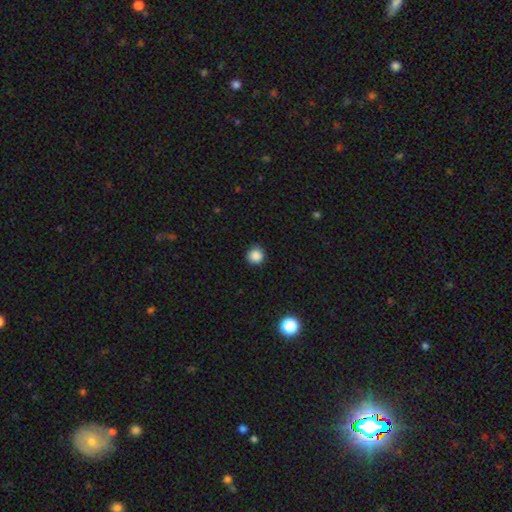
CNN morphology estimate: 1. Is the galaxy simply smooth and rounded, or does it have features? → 86% smooth, 11% star or artifact, 3% featured or disk.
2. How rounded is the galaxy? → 94% round, 5% in between, 1% cigar-shaped.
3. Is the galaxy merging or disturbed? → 89% none, 8% minor disturbance, 2% major disturbance, 1% merger.